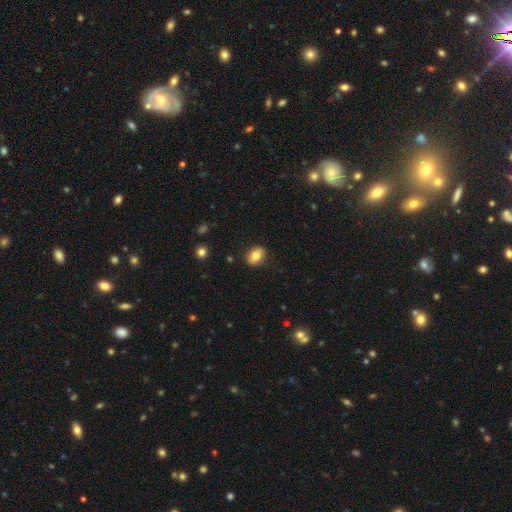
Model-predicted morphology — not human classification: The model was most divided on "how rounded": in between: 68%, round: 30%, cigar-shaped: 1%. More confident: merging — none (86%); smooth or featured — smooth (79%).